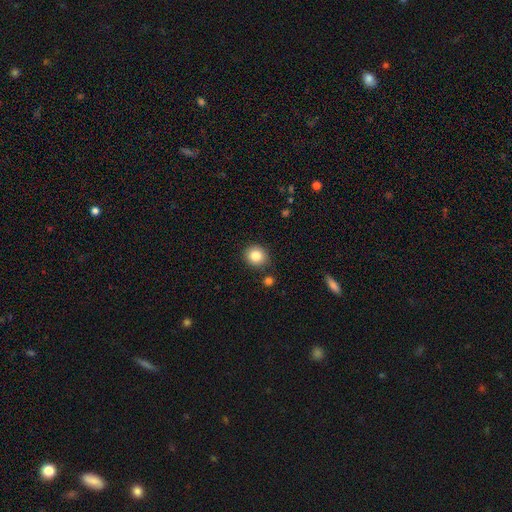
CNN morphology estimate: Smooth or featured? smooth (83%)
How rounded? round (85%)
Merging? none (85%)